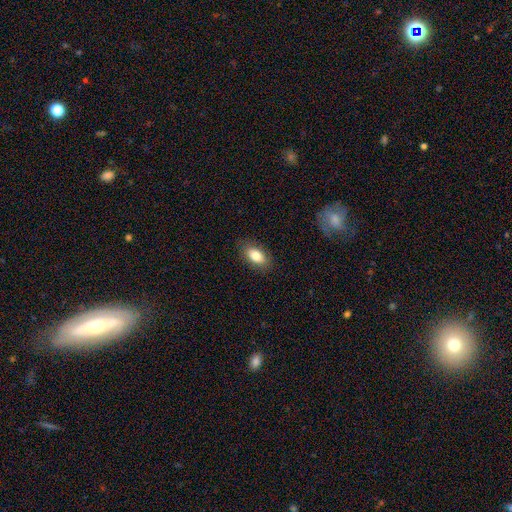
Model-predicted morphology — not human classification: Smooth or featured: smooth — 80% (featured or disk — 13%)
How rounded: in between — 90% (round — 5%)
Merging: none — 86% (minor disturbance — 10%)